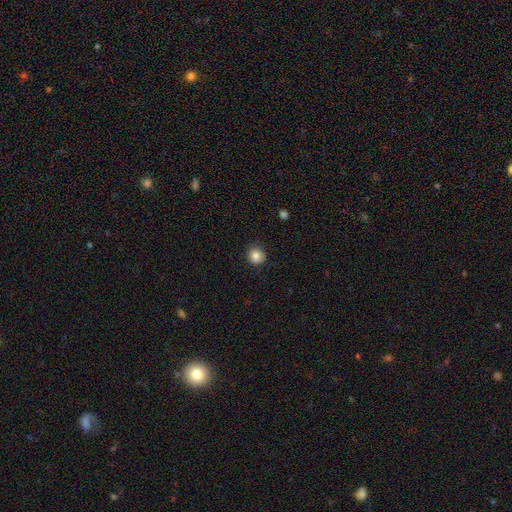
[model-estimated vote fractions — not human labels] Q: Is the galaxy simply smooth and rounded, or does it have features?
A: smooth — 82%.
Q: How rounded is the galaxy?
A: round — 87%.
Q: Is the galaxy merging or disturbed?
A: none — 83%.